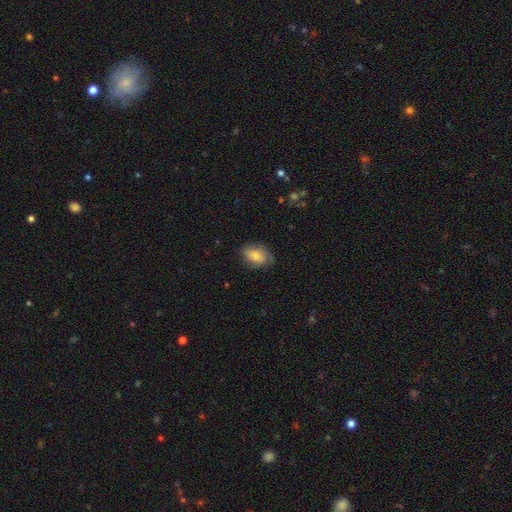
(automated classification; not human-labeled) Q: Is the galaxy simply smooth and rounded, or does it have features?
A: smooth — 67%.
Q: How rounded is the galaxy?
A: in between — 87%.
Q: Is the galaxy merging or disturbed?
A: none — 70%.